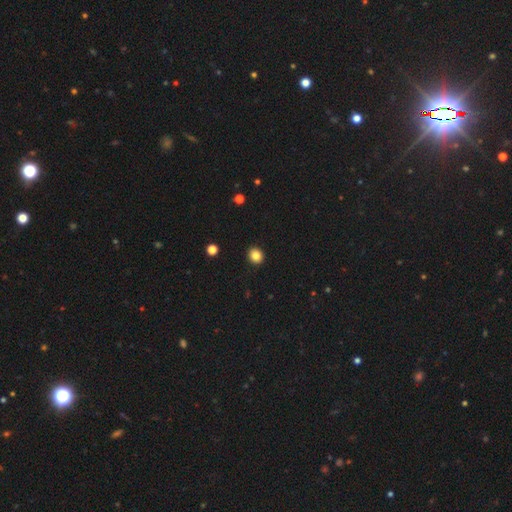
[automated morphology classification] Smooth or featured: smooth — 84% (star or artifact — 11%)
How rounded: round — 78% (in between — 21%)
Merging: none — 92% (minor disturbance — 5%)